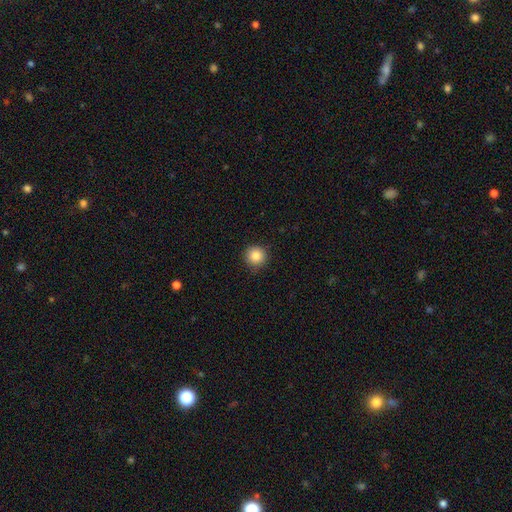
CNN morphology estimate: This appears to be a smooth galaxy with no disk features (86%) that is round (95%). Merging: none (89%).